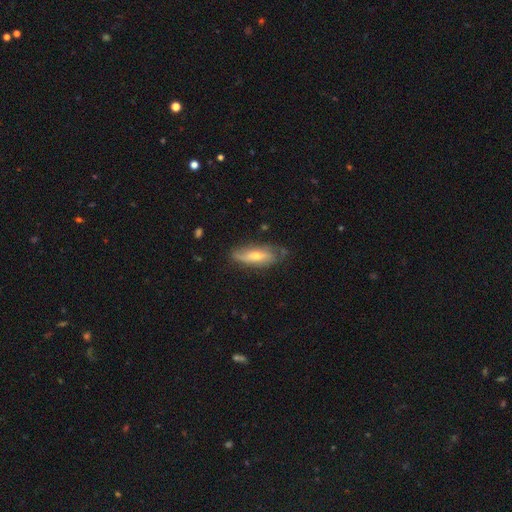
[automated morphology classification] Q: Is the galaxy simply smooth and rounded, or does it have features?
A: featured or disk — 53%.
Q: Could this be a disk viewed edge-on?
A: no — 64%.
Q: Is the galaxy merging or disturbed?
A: none — 64%.